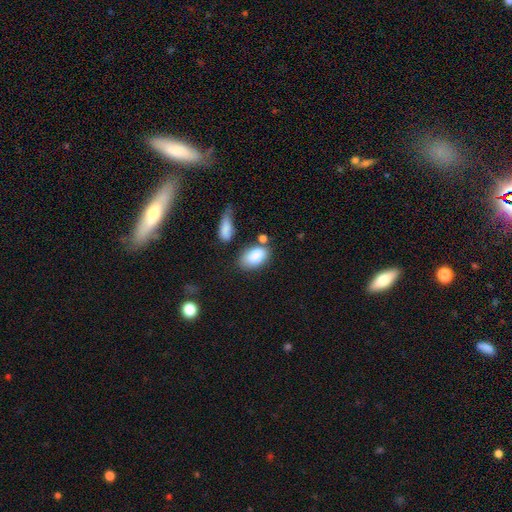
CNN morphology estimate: smooth-or-featured: smooth: 82% | featured or disk: 10% | star or artifact: 8%
  how-rounded: in between: 90% | round: 8% | cigar-shaped: 2%
  merging: none: 52% | minor disturbance: 22% | merger: 18% | major disturbance: 8%